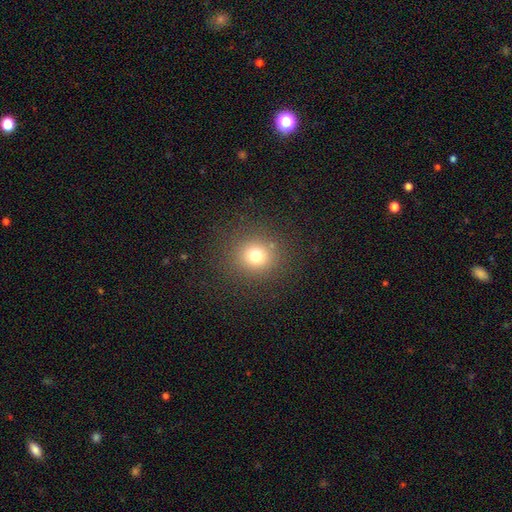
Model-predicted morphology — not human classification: smooth_or_featured: smooth (p=0.74) [alt: star or artifact p=0.17]
how_rounded: round (p=0.90) [alt: in between p=0.09]
merging: none (p=0.87) [alt: minor disturbance p=0.07]